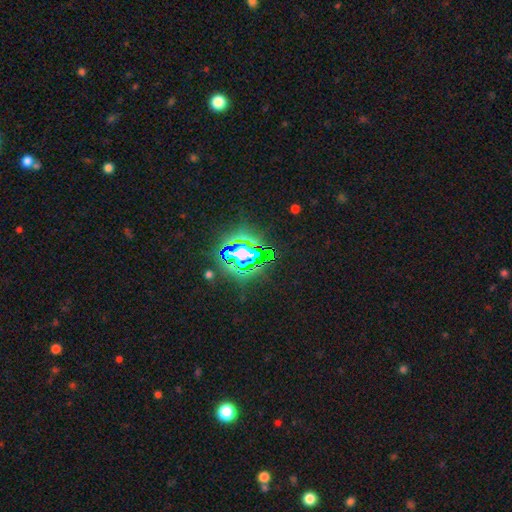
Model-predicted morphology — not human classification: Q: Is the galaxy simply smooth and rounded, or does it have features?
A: star or artifact — 70%.